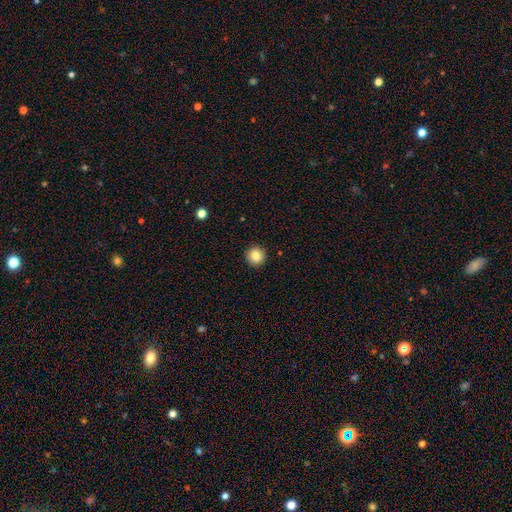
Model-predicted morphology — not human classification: smooth-or-featured: smooth: 85% | star or artifact: 9% | featured or disk: 6%
  how-rounded: round: 94% | in between: 5% | cigar-shaped: 1%
  merging: none: 92% | minor disturbance: 5% | major disturbance: 2% | merger: 1%